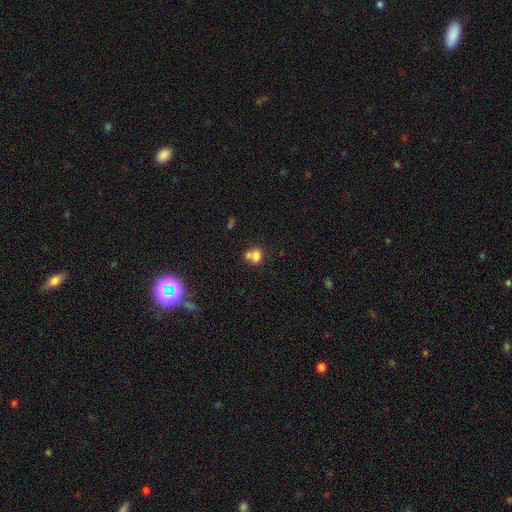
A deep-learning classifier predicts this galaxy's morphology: Smooth or featured? Predicted: smooth (p=0.72). How rounded? Predicted: in between (p=0.50). Merging? Predicted: merger (p=0.50).